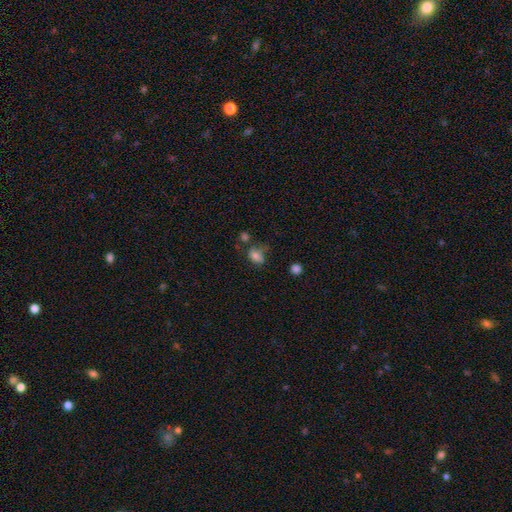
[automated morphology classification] Smooth or featured: smooth — 72% (featured or disk — 15%)
How rounded: in between — 65% (round — 34%)
Merging: none — 42% (minor disturbance — 28%)